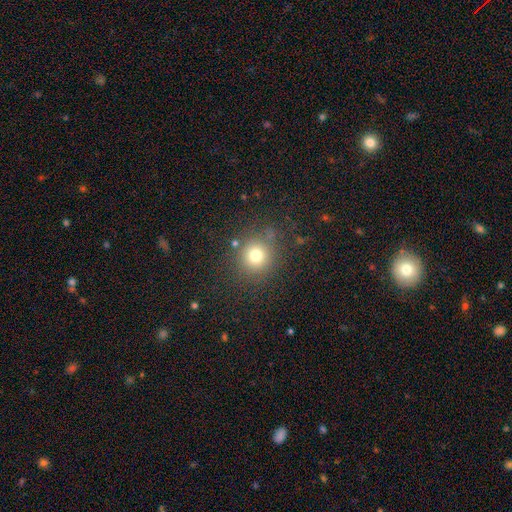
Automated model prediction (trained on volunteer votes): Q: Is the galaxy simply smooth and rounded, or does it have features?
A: smooth — 75%.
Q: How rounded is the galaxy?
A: round — 91%.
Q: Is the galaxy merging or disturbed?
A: none — 81%.